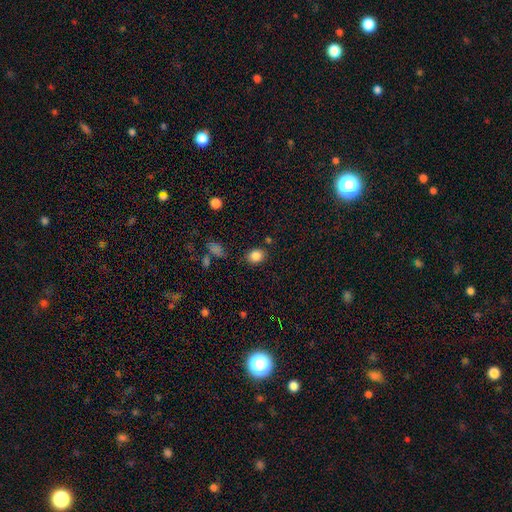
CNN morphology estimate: Q: Smooth or featured?
A: smooth (85%); runner-up: star or artifact (10%)
Q: How rounded?
A: round (51%); runner-up: in between (48%)
Q: Merging?
A: none (80%); runner-up: minor disturbance (13%)